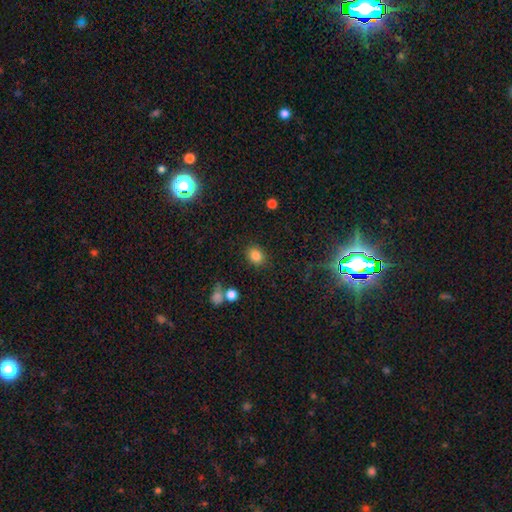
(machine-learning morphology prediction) Smooth or featured? smooth (83%)
How rounded? round (51%)
Merging? none (84%)